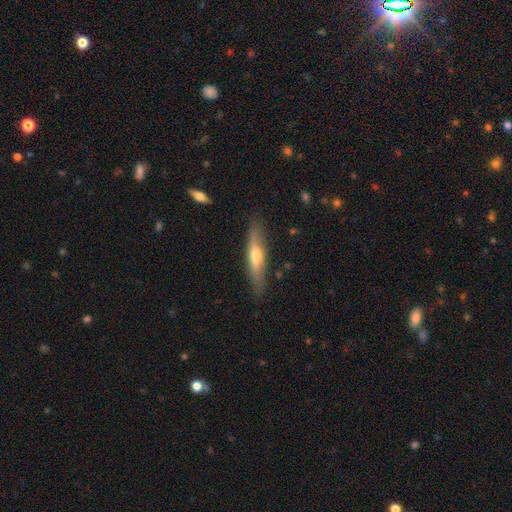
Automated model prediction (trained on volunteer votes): Q: Smooth or featured?
A: featured or disk (48%); runner-up: smooth (46%)
Q: Merging?
A: none (85%); runner-up: minor disturbance (11%)